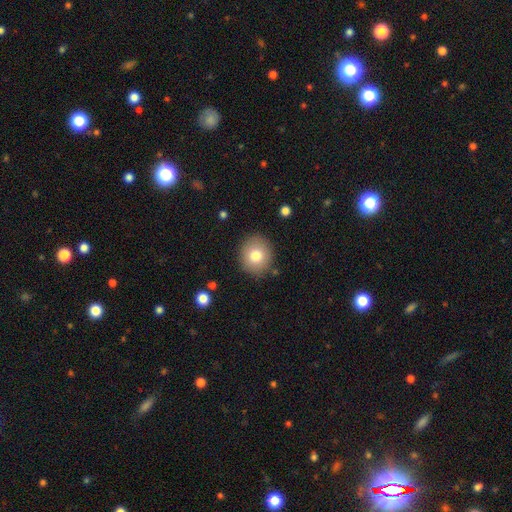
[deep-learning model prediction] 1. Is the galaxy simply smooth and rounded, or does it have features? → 77% smooth, 13% featured or disk, 10% star or artifact.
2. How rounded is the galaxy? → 80% round, 19% in between, 1% cigar-shaped.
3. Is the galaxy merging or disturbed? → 87% none, 9% minor disturbance, 3% major disturbance, 2% merger.